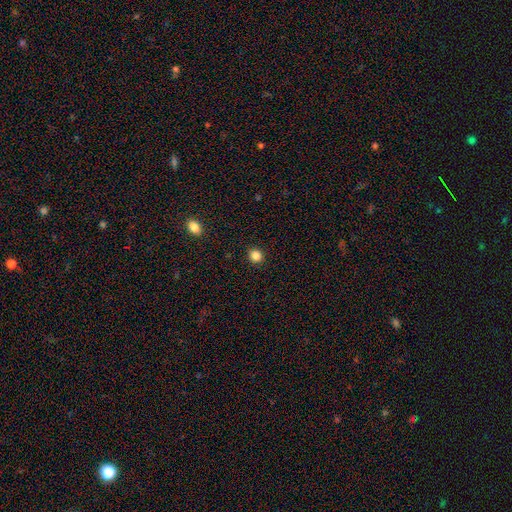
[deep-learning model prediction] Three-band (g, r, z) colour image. It shows a smooth galaxy with no disk features (85%) that is round (87%). Merging: none (92%).